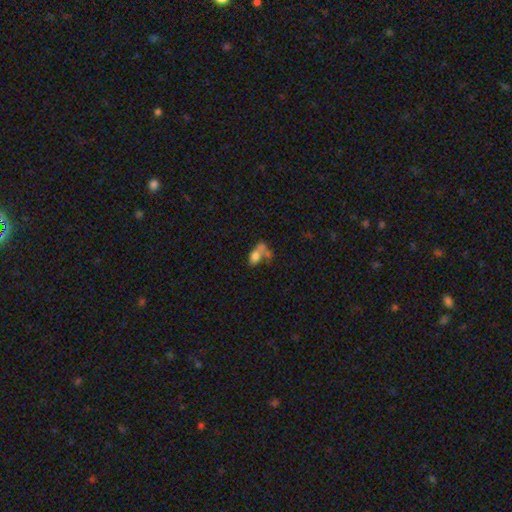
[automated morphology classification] smooth 61%, featured or disk 25%, star or artifact 14%. Down the decision tree: how rounded — in between (78%); merging — merger (56%).